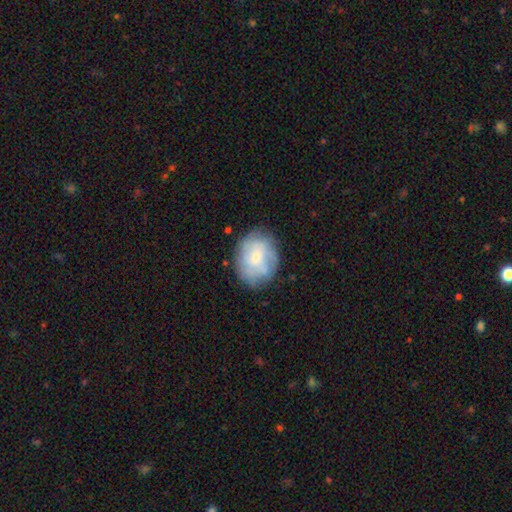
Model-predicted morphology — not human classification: Smooth or featured? Predicted: smooth (p=0.47). Merging? Predicted: none (p=0.70).